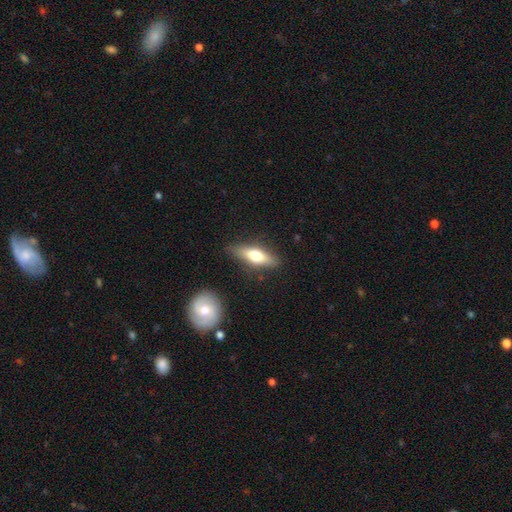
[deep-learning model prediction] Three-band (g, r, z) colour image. It shows a smooth galaxy with no disk features (55%) that is cigar-shaped (52%). Merging: none (82%).